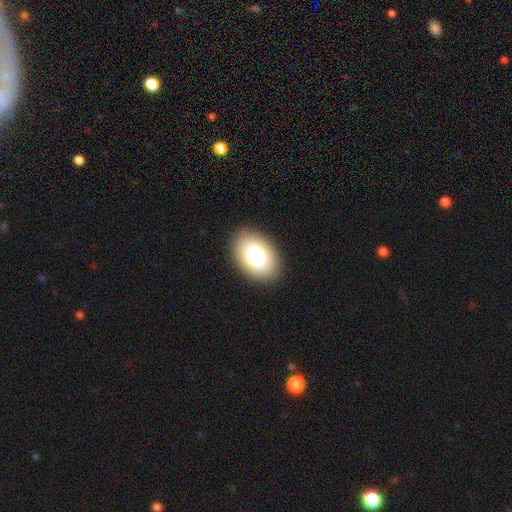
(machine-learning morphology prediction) Smooth or featured? smooth (80%)
How rounded? in between (84%)
Merging? none (88%)